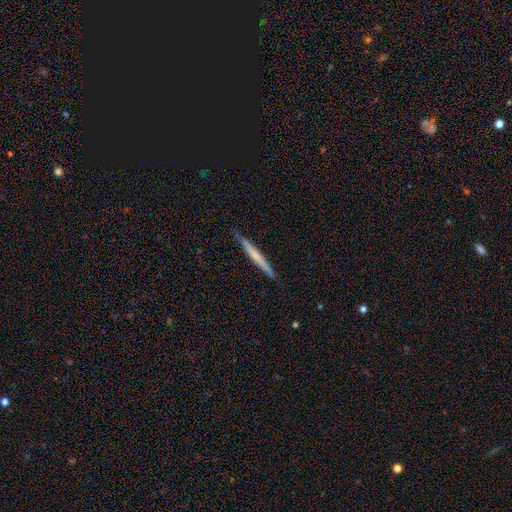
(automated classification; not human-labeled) A smooth galaxy with no disk features (53%) that is cigar-shaped (97%).

Vote fractions:
- Smooth or featured? smooth: 53% / featured or disk: 42% / star or artifact: 5%
- How rounded? cigar-shaped: 97% / in between: 2% / round: 1%
- Merging? none: 89% / minor disturbance: 8% / major disturbance: 1% / merger: 1%